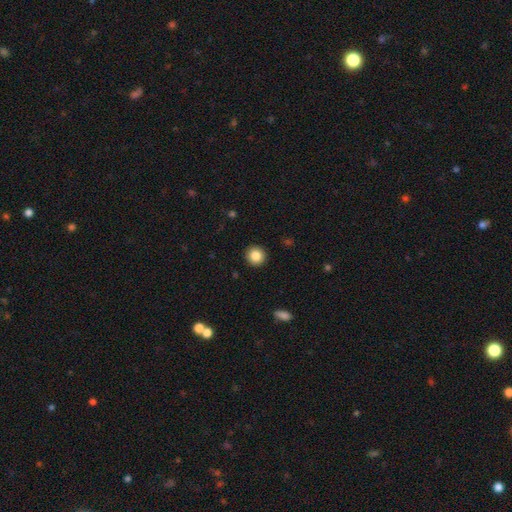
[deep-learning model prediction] smooth-or-featured: smooth: 86% | star or artifact: 9% | featured or disk: 5%
  how-rounded: round: 94% | in between: 5% | cigar-shaped: 1%
  merging: none: 93% | minor disturbance: 5% | major disturbance: 2% | merger: 1%